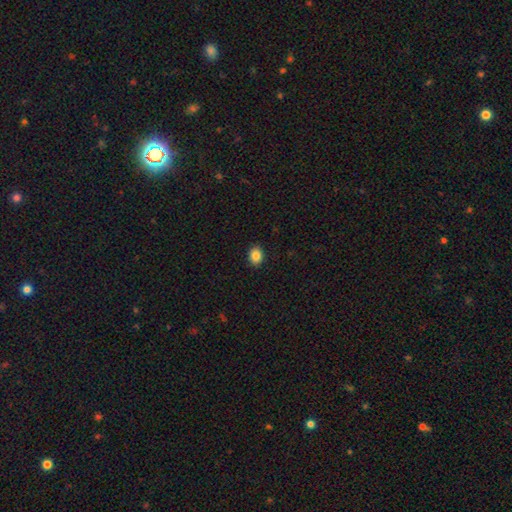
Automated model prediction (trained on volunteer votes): A smooth galaxy with no disk features (86%) that is in between round and cigar-shaped (53%). Merging: none (91%).